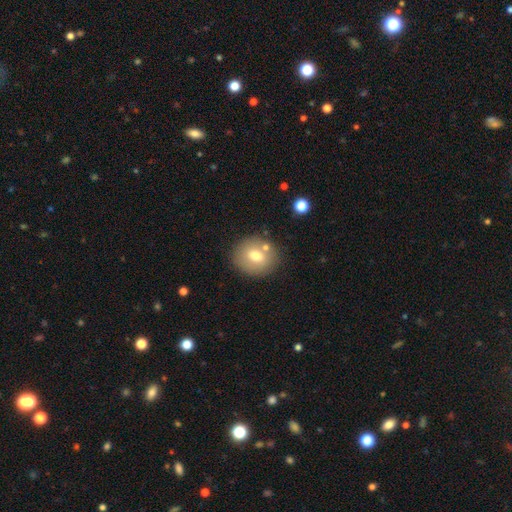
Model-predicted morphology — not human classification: Smooth or featured?
  - smooth: 69% *
  - featured or disk: 21%
  - star or artifact: 10%
How rounded?
  - round: 76% *
  - in between: 23%
  - cigar-shaped: 1%
Merging?
  - none: 78% *
  - minor disturbance: 10%
  - merger: 8%
  - major disturbance: 3%